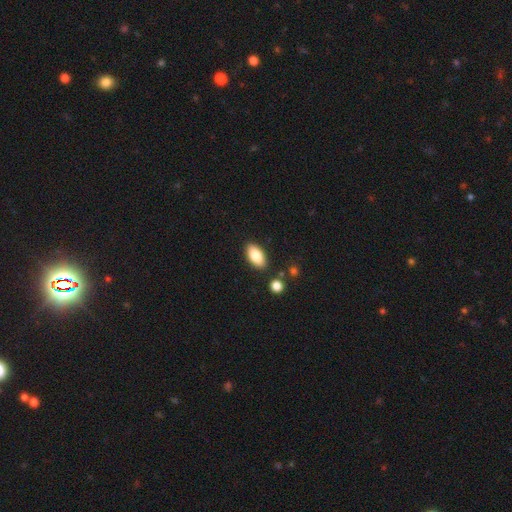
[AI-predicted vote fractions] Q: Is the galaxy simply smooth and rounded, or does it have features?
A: smooth — 82%.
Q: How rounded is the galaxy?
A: in between — 92%.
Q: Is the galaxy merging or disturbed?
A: none — 86%.